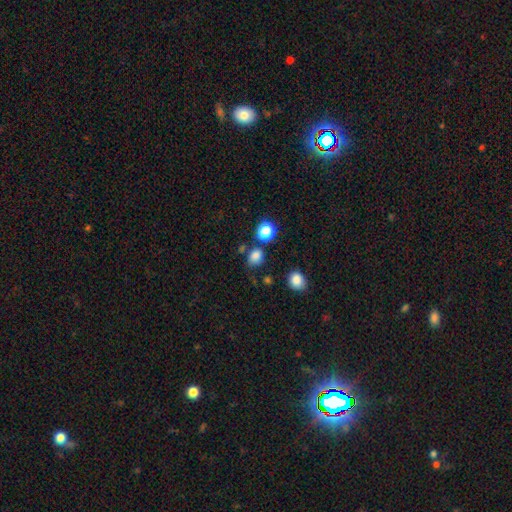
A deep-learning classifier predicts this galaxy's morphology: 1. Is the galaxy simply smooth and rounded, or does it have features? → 80% smooth, 15% star or artifact, 5% featured or disk.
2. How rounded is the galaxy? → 61% round, 38% in between, 1% cigar-shaped.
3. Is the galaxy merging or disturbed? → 70% none, 17% minor disturbance, 8% merger, 5% major disturbance.